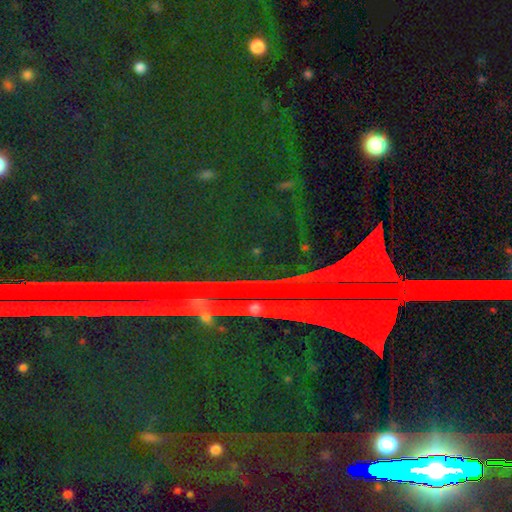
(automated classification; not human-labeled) Overall: star or artifact (86%).